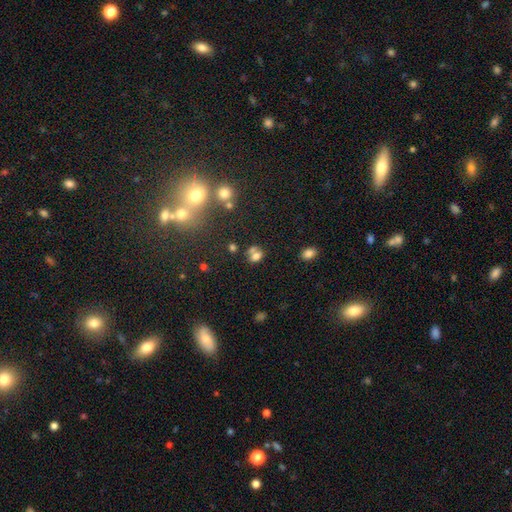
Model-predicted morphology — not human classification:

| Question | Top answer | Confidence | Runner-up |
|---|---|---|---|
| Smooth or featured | smooth | 69% | star or artifact (17%) |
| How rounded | in between | 52% | round (46%) |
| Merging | merger | 43% | none (39%) |